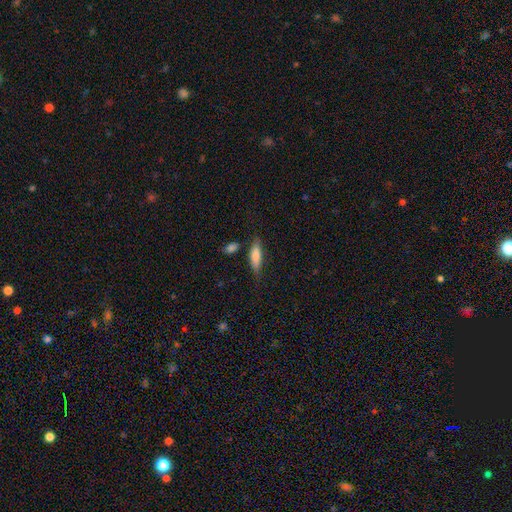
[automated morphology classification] The model was most divided on "how rounded": cigar-shaped: 56%, in between: 42%, round: 2%. More confident: smooth or featured — smooth (79%); merging — none (69%).